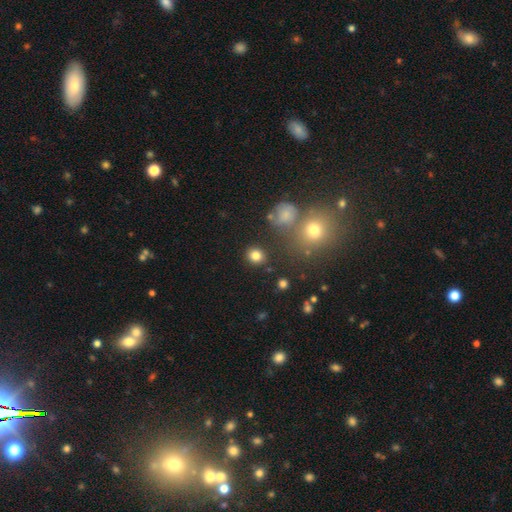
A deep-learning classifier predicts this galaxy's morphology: This is clearly a smooth galaxy (82%). How rounded: likely round (80%). Merging: clearly none (86%).